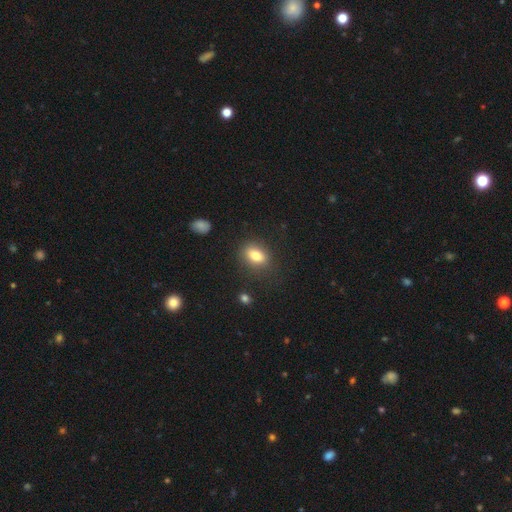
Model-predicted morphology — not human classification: smooth 79%, featured or disk 11%, star or artifact 10%. Down the decision tree: how rounded — in between (72%); merging — none (82%).